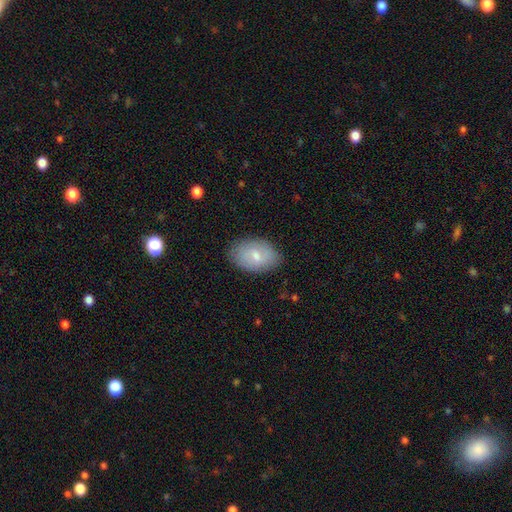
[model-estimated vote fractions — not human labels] Overall: smooth (68%). How rounded: in between (89%). Merging: none (80%).